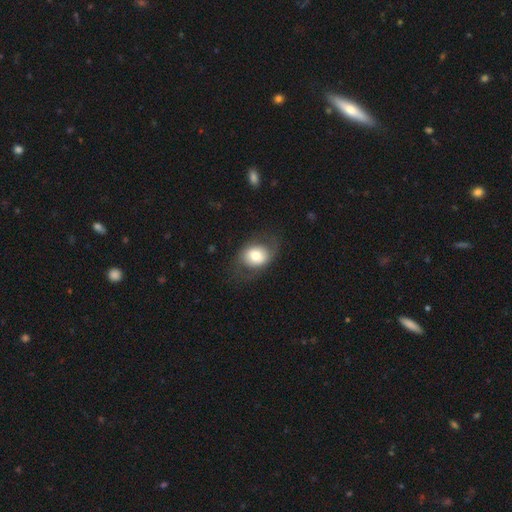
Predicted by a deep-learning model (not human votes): Smooth or featured? smooth (63%)
How rounded? in between (55%)
Merging? none (68%)